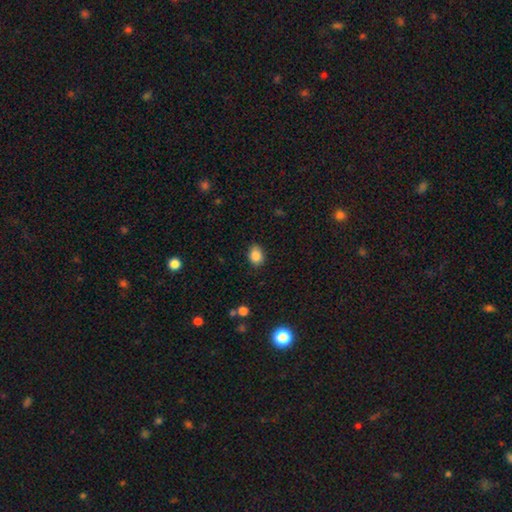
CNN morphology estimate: Smooth or featured: smooth — 86% (star or artifact — 10%)
How rounded: in between — 60% (round — 39%)
Merging: none — 81% (minor disturbance — 15%)